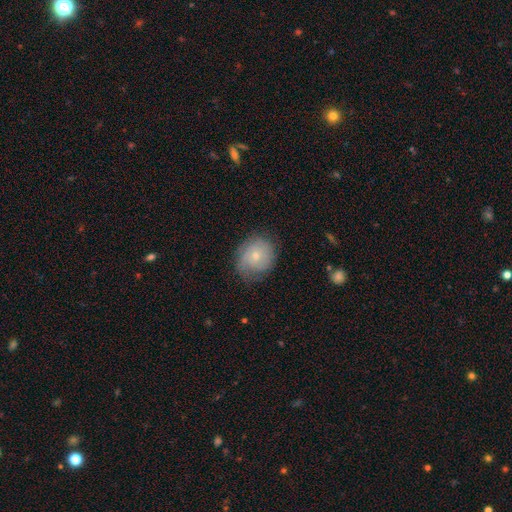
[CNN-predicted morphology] This is possibly a smooth galaxy (55%). How rounded: likely round (71%). Merging: likely none (69%).